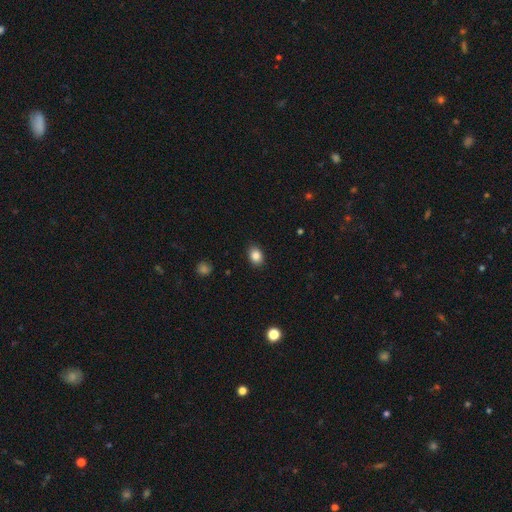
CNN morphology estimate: smooth-or-featured: smooth: 86% | star or artifact: 9% | featured or disk: 5%
  how-rounded: in between: 67% | round: 32% | cigar-shaped: 1%
  merging: none: 88% | minor disturbance: 9% | major disturbance: 2% | merger: 1%